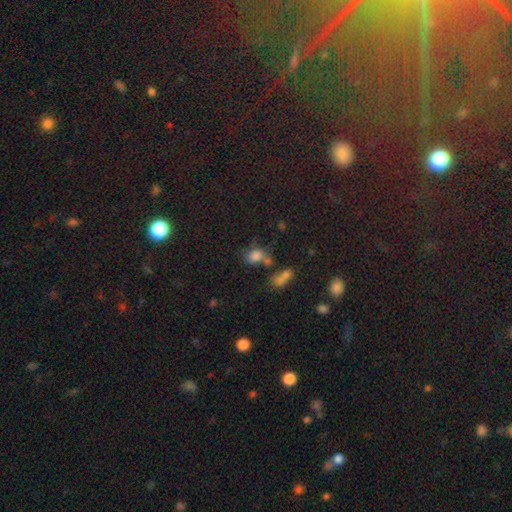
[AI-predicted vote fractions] Smooth or featured? Predicted: smooth (p=0.74). How rounded? Predicted: in between (p=0.65). Merging? Predicted: none (p=0.37).